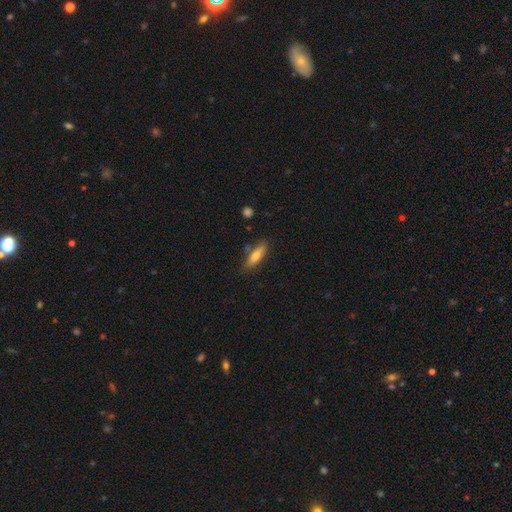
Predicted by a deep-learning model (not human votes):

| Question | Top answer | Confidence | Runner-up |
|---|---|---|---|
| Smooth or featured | smooth | 70% | featured or disk (24%) |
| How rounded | cigar-shaped | 57% | in between (41%) |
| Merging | none | 75% | minor disturbance (16%) |